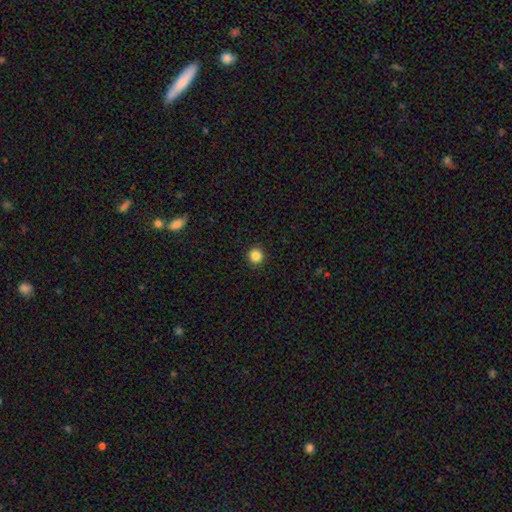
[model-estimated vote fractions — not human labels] Q: Smooth or featured?
A: smooth (85%); runner-up: star or artifact (11%)
Q: How rounded?
A: round (94%); runner-up: in between (5%)
Q: Merging?
A: none (93%); runner-up: minor disturbance (5%)